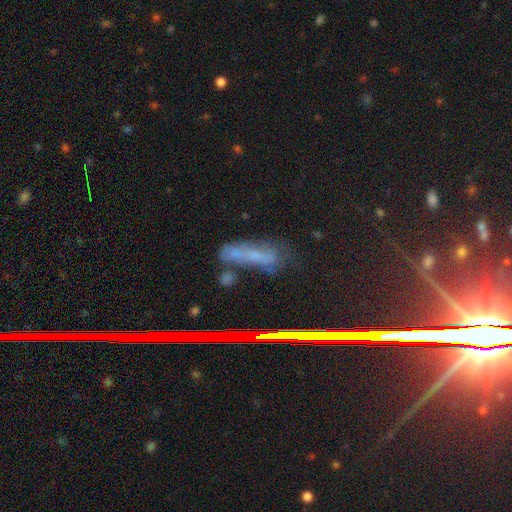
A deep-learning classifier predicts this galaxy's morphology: smooth 40%, star or artifact 31%, featured or disk 29%. Down the decision tree: merging — none (47%).